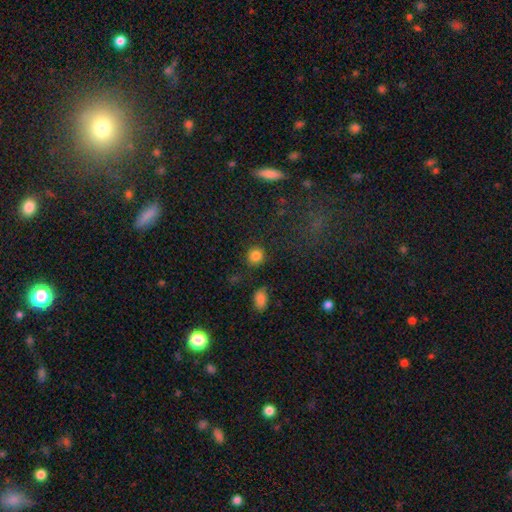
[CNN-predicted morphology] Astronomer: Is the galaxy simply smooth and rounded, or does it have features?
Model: smooth — 84%.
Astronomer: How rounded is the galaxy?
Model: round — 88%.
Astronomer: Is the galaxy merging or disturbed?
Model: none — 85%.